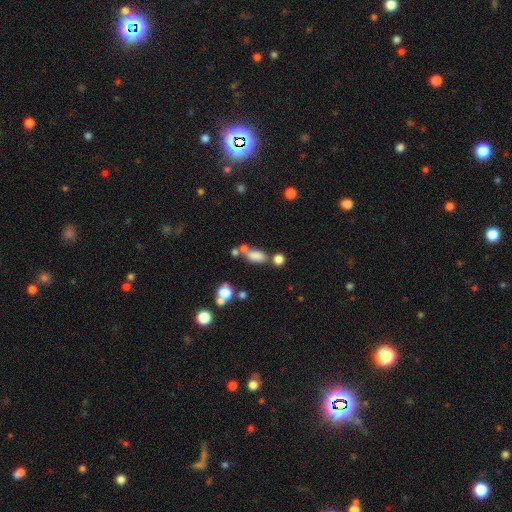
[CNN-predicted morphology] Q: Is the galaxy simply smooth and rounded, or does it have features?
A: smooth — 78%.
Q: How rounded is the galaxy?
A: in between — 82%.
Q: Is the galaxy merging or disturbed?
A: none — 51%.